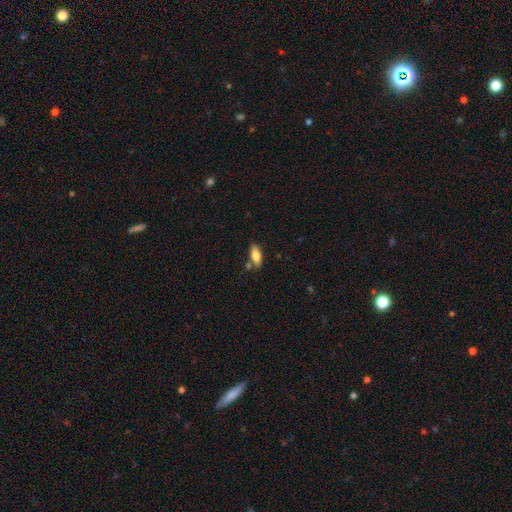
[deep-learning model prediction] Smooth or featured? Predicted: smooth (p=0.80). How rounded? Predicted: in between (p=0.81). Merging? Predicted: none (p=0.75).